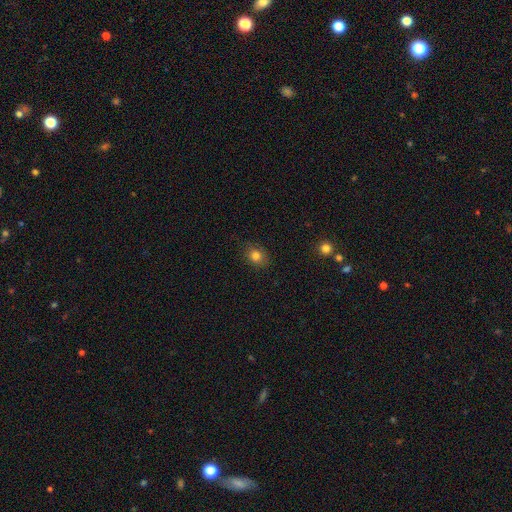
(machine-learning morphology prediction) This is likely a smooth galaxy (80%). How rounded: possibly round (58%). Merging: clearly none (82%).